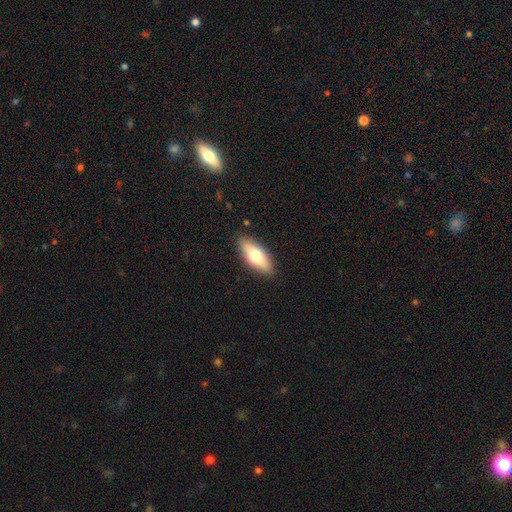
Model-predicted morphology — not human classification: This appears to be a smooth galaxy with no disk features (67%) that is in between round and cigar-shaped (69%). Merging: none (88%).